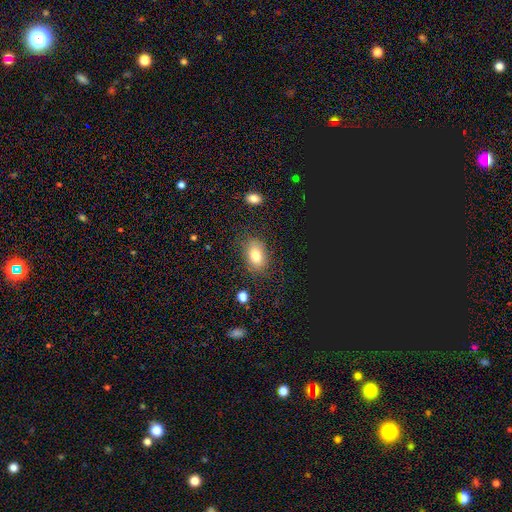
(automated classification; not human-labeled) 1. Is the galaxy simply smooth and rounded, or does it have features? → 79% smooth, 11% star or artifact, 10% featured or disk.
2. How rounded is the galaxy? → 80% in between, 18% round, 1% cigar-shaped.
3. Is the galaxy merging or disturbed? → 80% none, 13% minor disturbance, 4% major disturbance, 2% merger.